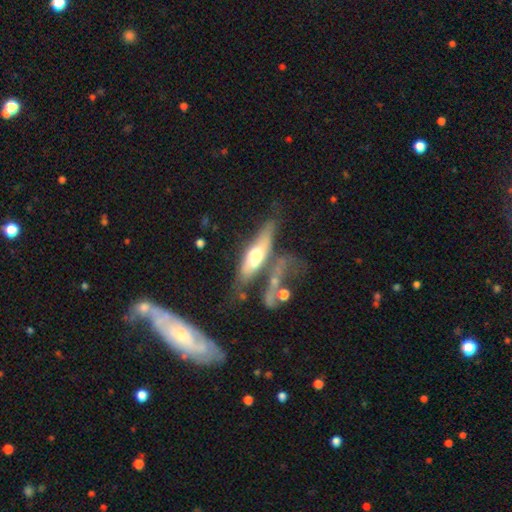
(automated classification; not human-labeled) This is possibly a featured or disk galaxy (54%). It is possibly viewed edge-on (55%). Merging: marginally merger (29%).